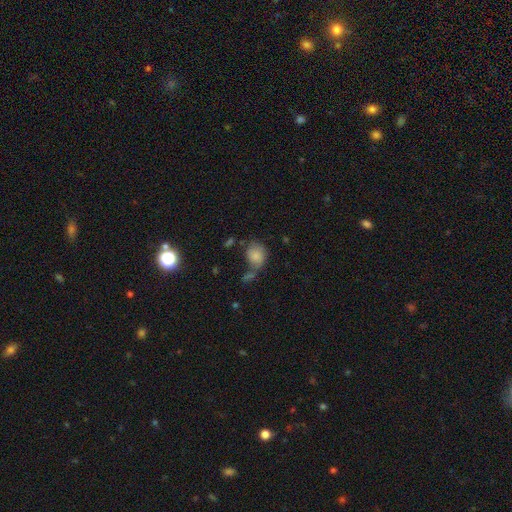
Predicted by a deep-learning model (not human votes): smooth 81%, featured or disk 10%, star or artifact 9%. Down the decision tree: how rounded — round (54%); merging — none (45%).